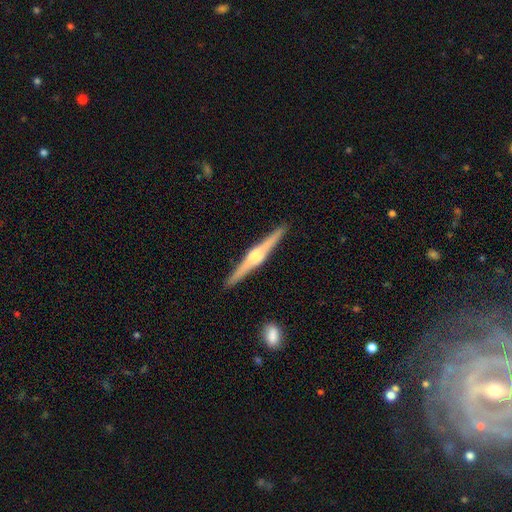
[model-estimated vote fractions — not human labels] Q: Smooth or featured?
A: featured or disk (82%); runner-up: smooth (13%)
Q: Edge-on disk?
A: yes (99%); runner-up: no (1%)
Q: Edge-on bulge?
A: rounded (89%); runner-up: boxy (8%)
Q: Merging?
A: none (92%); runner-up: minor disturbance (5%)